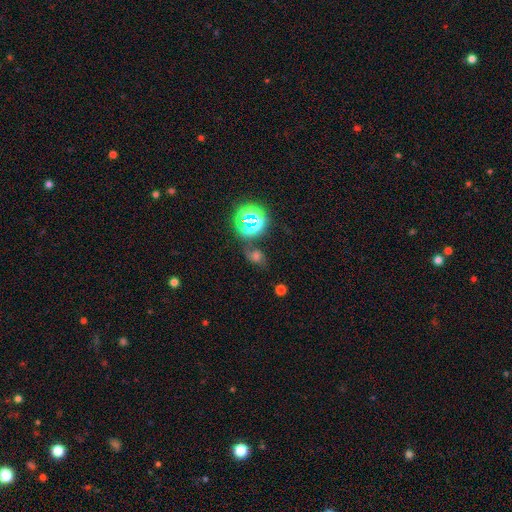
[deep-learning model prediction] star or artifact 44%, smooth 39%, featured or disk 17%.